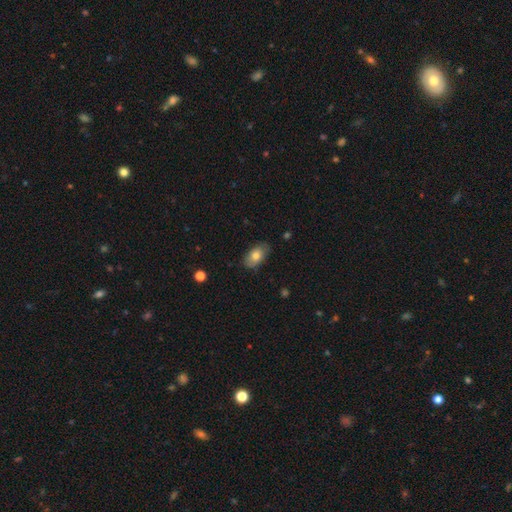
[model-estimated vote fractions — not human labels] Overall: smooth (76%). How rounded: in between (92%). Merging: none (80%).